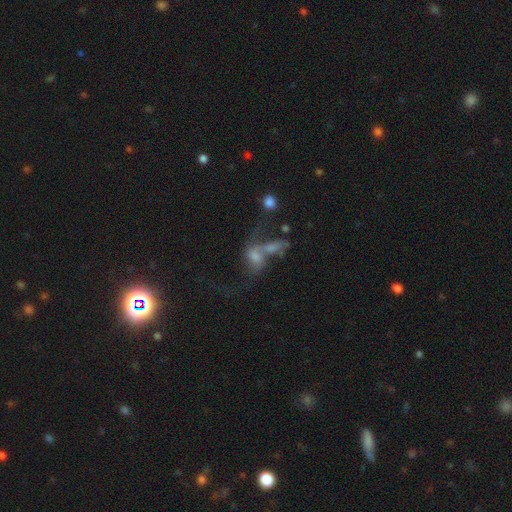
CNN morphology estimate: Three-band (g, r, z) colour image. It shows a featured or disk galaxy (45%). Merging: merger (57%).